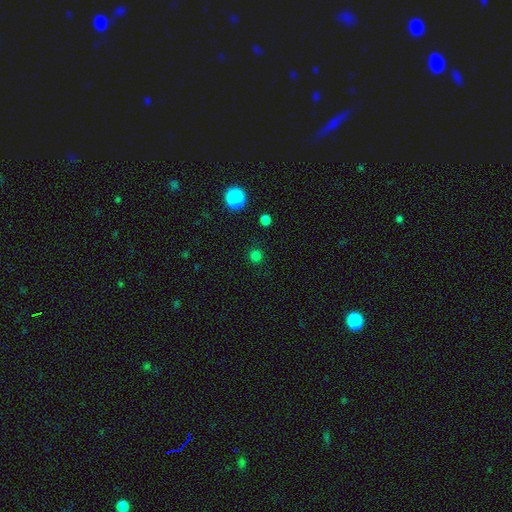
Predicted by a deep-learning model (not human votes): Overall: smooth (75%). How rounded: round (92%). Merging: none (88%).